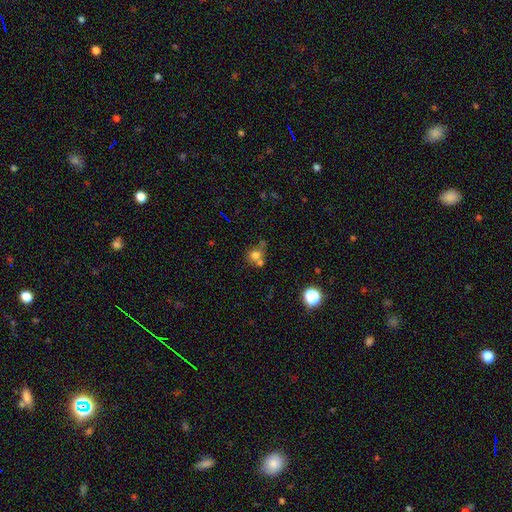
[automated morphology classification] This appears to be a smooth galaxy with no disk features (69%) that is round (78%). Merging: merger (43%).